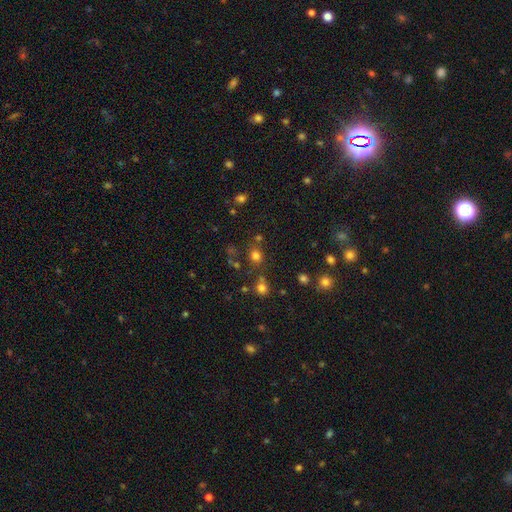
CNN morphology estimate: A smooth galaxy with no disk features (73%) that is round (72%). Merging: none (73%).